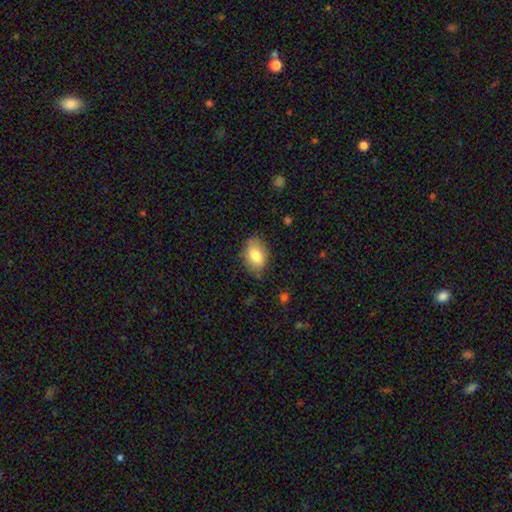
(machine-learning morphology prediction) smooth 80%, featured or disk 13%, star or artifact 8%. Down the decision tree: how rounded — in between (82%); merging — none (79%).